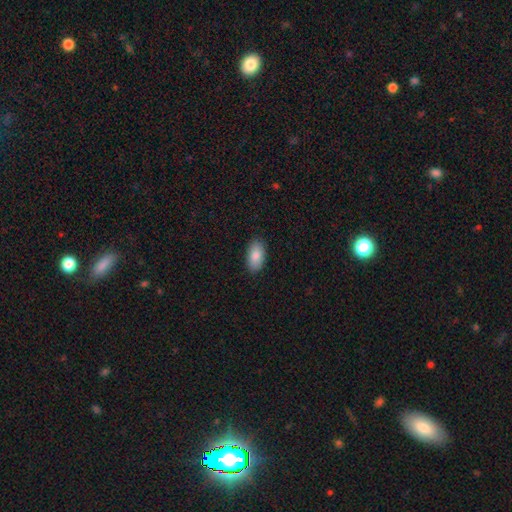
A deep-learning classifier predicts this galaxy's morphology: This appears to be a smooth galaxy with no disk features (87%) that is in between round and cigar-shaped (95%). Merging: none (89%).